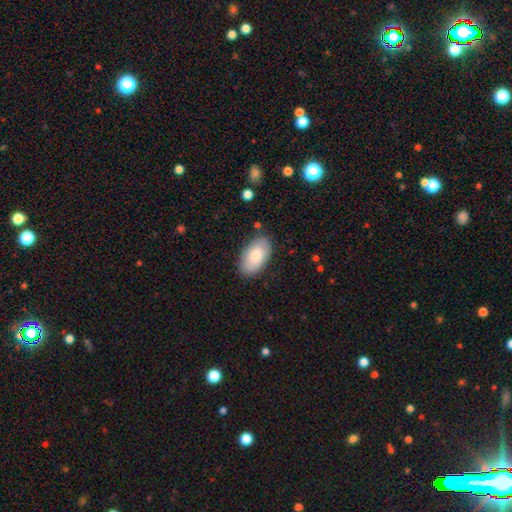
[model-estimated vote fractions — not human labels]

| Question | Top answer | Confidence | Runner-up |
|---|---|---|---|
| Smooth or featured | smooth | 78% | featured or disk (16%) |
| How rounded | in between | 95% | round (4%) |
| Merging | none | 83% | minor disturbance (12%) |